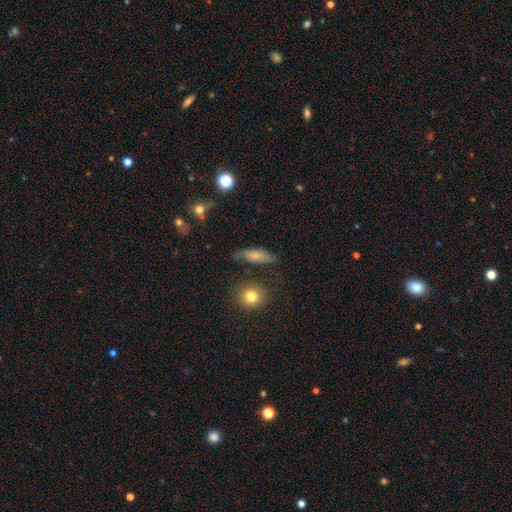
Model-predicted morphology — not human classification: smooth-or-featured: smooth: 64% | featured or disk: 26% | star or artifact: 9%
  how-rounded: in between: 50% | cigar-shaped: 44% | round: 6%
  merging: none: 66% | minor disturbance: 23% | major disturbance: 7% | merger: 3%